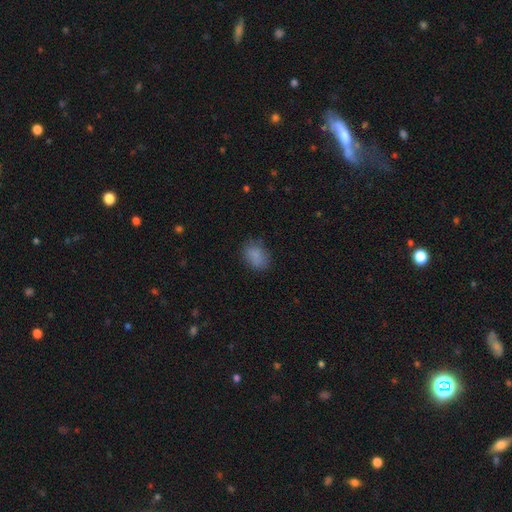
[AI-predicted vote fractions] Smooth or featured?
  - smooth: 83% *
  - star or artifact: 10%
  - featured or disk: 7%
How rounded?
  - in between: 64% *
  - round: 34%
  - cigar-shaped: 1%
Merging?
  - none: 75% *
  - minor disturbance: 18%
  - major disturbance: 5%
  - merger: 2%